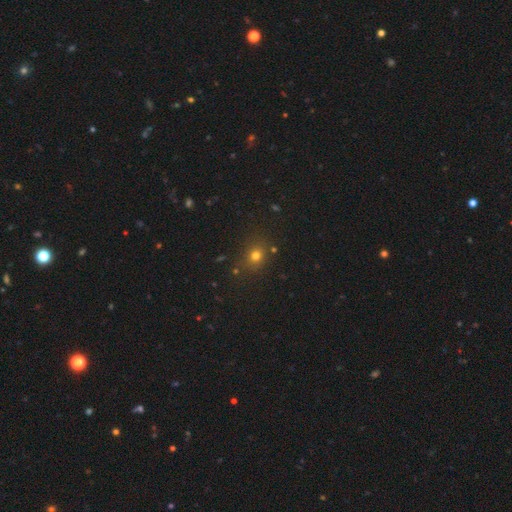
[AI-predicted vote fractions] smooth 72%, star or artifact 19%, featured or disk 8%. Down the decision tree: how rounded — round (69%); merging — none (80%).